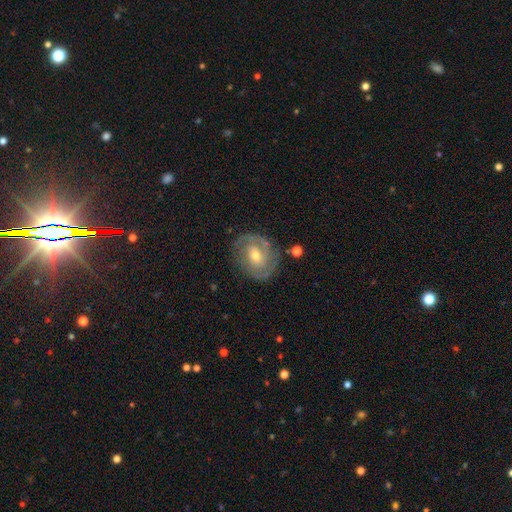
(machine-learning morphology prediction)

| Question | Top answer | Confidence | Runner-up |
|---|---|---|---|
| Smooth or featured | featured or disk | 78% | smooth (15%) |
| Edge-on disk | no | 97% | yes (3%) |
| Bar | no | 54% | weak (37%) |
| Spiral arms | yes | 89% | no (11%) |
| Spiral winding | tight | 62% | medium (30%) |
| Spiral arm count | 2 | 59% | can't tell (21%) |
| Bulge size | moderate | 56% | small (39%) |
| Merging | none | 78% | minor disturbance (15%) |